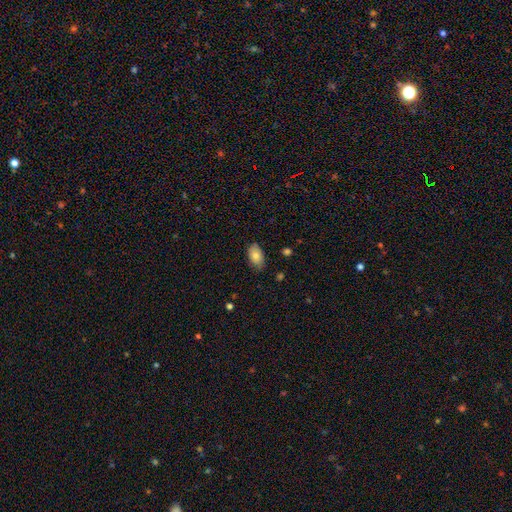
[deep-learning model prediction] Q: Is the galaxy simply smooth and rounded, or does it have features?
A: smooth — 80%.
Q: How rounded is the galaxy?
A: in between — 92%.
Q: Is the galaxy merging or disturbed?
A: none — 79%.